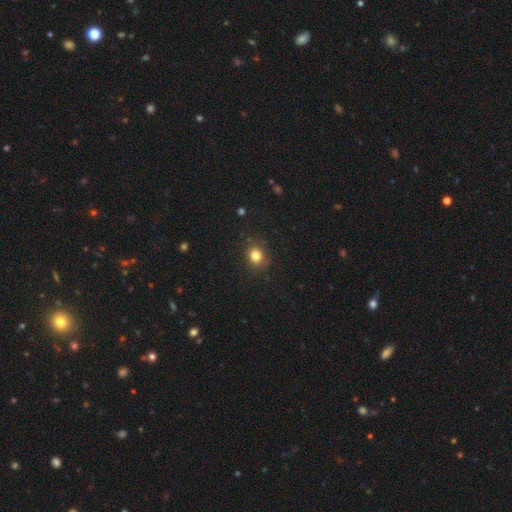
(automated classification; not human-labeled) A smooth galaxy with no disk features (82%) that is round (76%).

Vote fractions:
- Smooth or featured? smooth: 82% / star or artifact: 12% / featured or disk: 6%
- How rounded? round: 76% / in between: 23% / cigar-shaped: 1%
- Merging? none: 86% / minor disturbance: 10% / major disturbance: 3% / merger: 1%